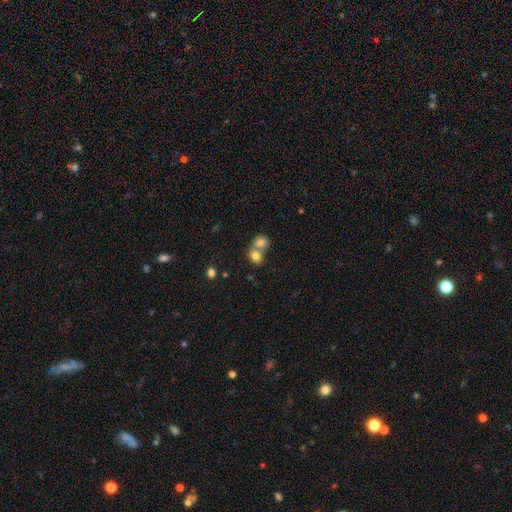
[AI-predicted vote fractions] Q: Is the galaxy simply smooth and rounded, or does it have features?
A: smooth — 77%.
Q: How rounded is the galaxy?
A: round — 53%.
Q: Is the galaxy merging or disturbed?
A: merger — 64%.